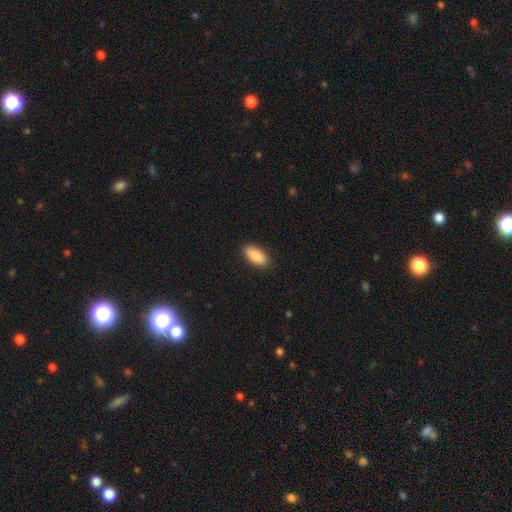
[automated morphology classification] Overall: smooth (89%). How rounded: in between (89%). Merging: none (89%).